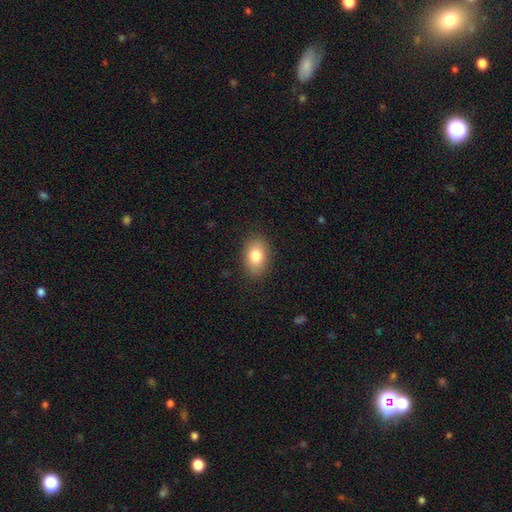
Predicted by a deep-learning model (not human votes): A smooth galaxy with no disk features (83%) that is in between round and cigar-shaped (85%). Merging: none (87%).